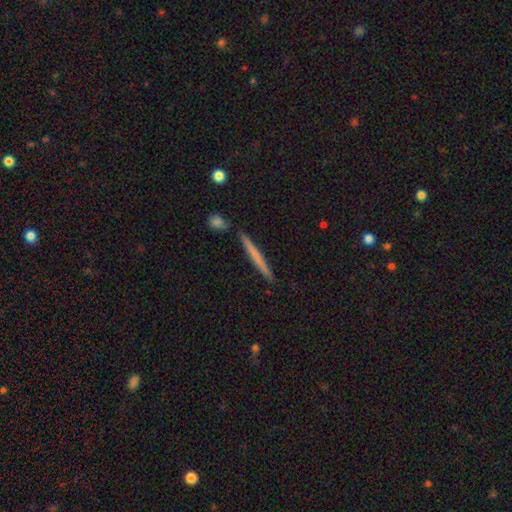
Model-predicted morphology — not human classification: type=smooth (56%); roundness=cigar-shaped (96%); merging=none (87%).